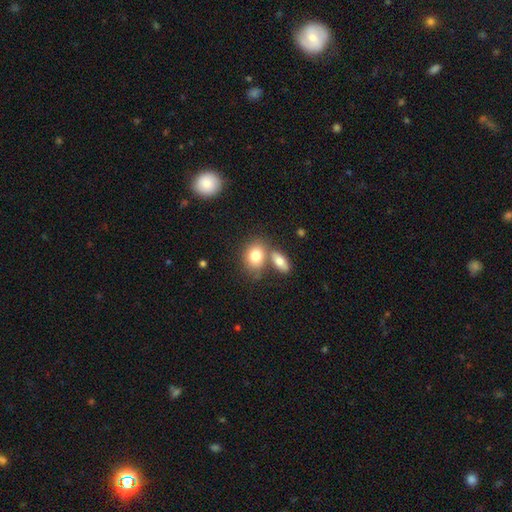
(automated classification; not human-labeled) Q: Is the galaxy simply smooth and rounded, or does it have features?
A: smooth — 79%.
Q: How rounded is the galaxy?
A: in between — 68%.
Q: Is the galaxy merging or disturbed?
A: none — 46%.